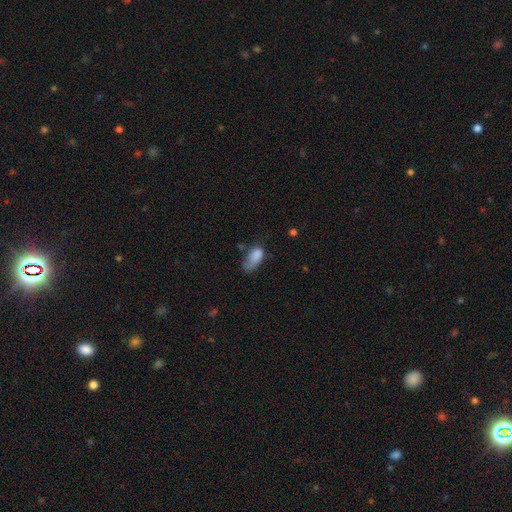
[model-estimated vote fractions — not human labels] The model was most divided on "merging": major disturbance: 34%, minor disturbance: 32%, none: 27%, merger: 6%. More confident: how rounded — in between (90%); smooth or featured — smooth (78%).